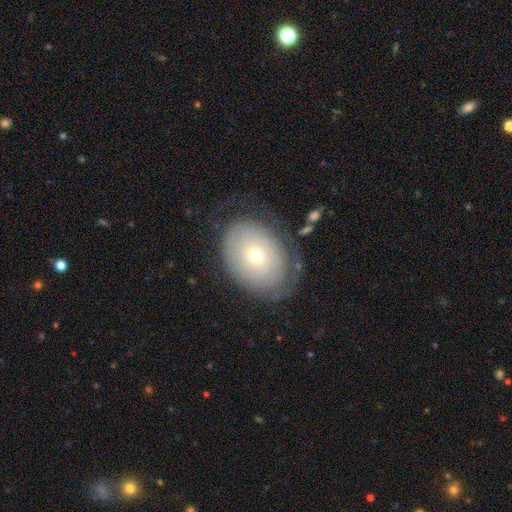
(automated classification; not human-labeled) A smooth galaxy with no disk features (46%). Merging: none (69%).